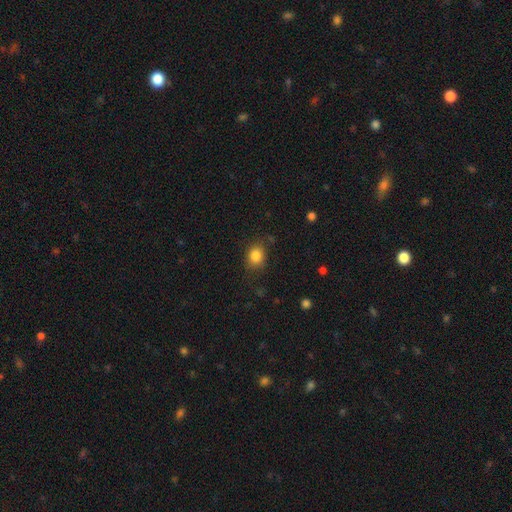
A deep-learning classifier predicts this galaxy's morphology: The model was most divided on "how rounded": round: 60%, in between: 39%, cigar-shaped: 1%. More confident: smooth or featured — smooth (84%); merging — none (79%).